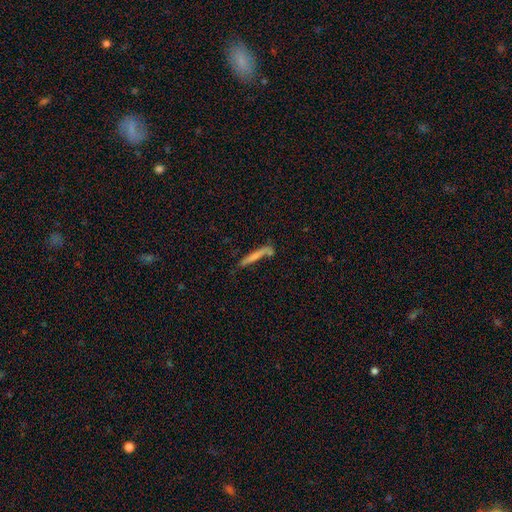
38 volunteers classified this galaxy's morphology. Smooth or featured: smooth — 63% (featured or disk — 29%)
How rounded: cigar-shaped — 100%
Merging: none — 66% (merger — 17%)